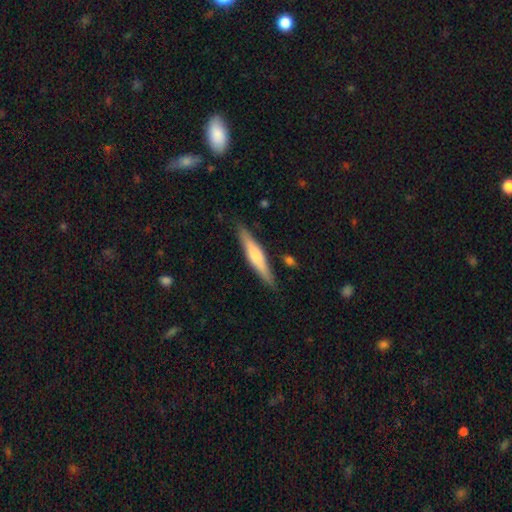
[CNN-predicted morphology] This appears to be a smooth galaxy with no disk features (48%). Merging: none (87%).